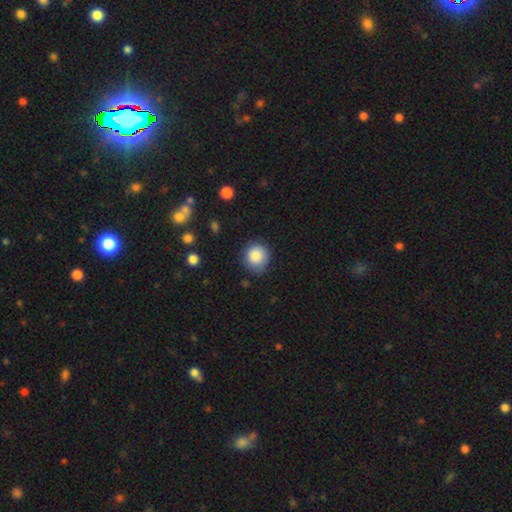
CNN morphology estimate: Smooth or featured?
  - smooth: 86% *
  - star or artifact: 9%
  - featured or disk: 5%
How rounded?
  - round: 87% *
  - in between: 12%
  - cigar-shaped: 1%
Merging?
  - none: 78% *
  - minor disturbance: 17%
  - major disturbance: 4%
  - merger: 2%